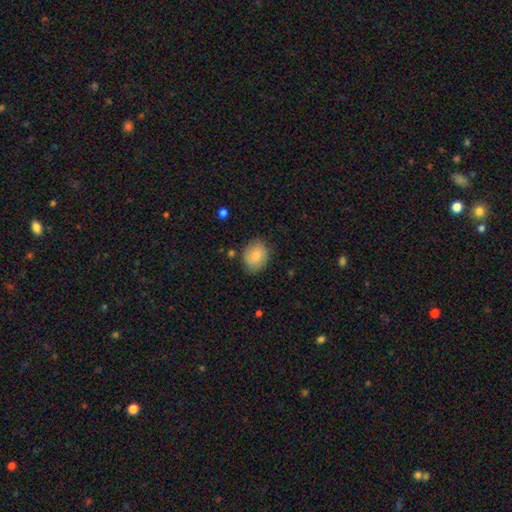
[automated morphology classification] A smooth galaxy with no disk features (83%) that is in between round and cigar-shaped (52%). Merging: none (81%).